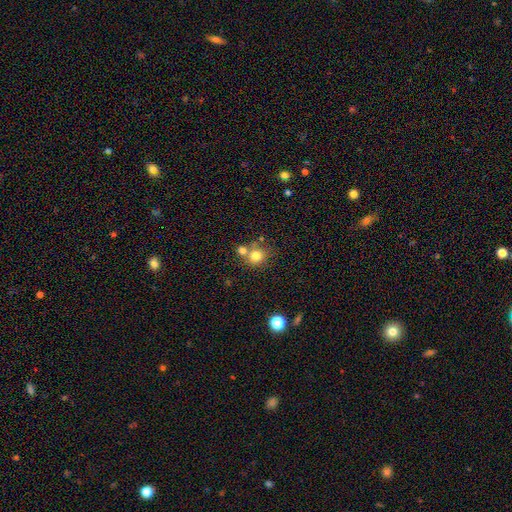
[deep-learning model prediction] Smooth or featured?
  - smooth: 77% *
  - star or artifact: 12%
  - featured or disk: 11%
How rounded?
  - round: 79% *
  - in between: 20%
  - cigar-shaped: 1%
Merging?
  - none: 51% *
  - merger: 36%
  - minor disturbance: 10%
  - major disturbance: 4%